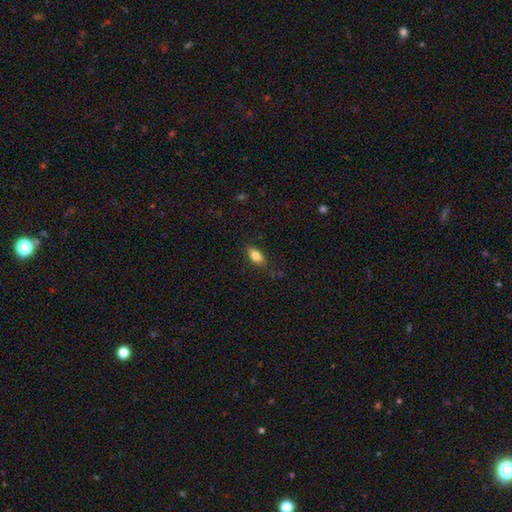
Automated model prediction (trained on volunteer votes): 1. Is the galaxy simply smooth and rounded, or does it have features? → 80% smooth, 13% featured or disk, 8% star or artifact.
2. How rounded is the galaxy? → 86% in between, 10% cigar-shaped, 4% round.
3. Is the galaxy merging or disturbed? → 85% none, 11% minor disturbance, 2% major disturbance, 1% merger.